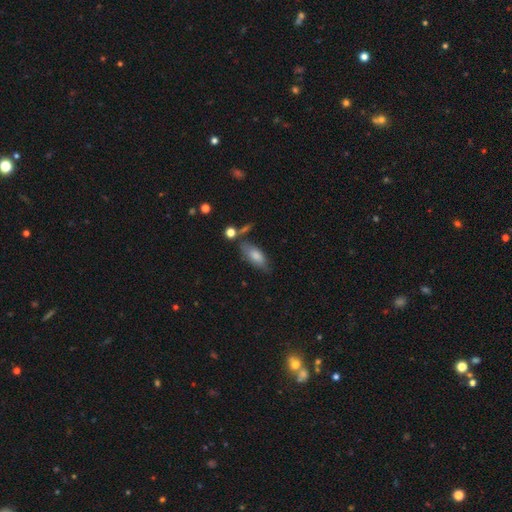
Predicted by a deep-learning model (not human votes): Q: Smooth or featured?
A: smooth (77%); runner-up: featured or disk (16%)
Q: How rounded?
A: in between (79%); runner-up: cigar-shaped (18%)
Q: Merging?
A: none (62%); runner-up: minor disturbance (23%)